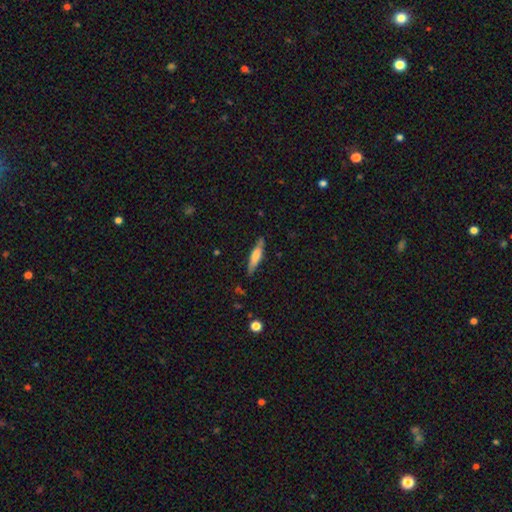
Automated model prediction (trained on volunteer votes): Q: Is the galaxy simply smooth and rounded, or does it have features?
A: smooth — 55%.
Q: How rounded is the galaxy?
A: cigar-shaped — 81%.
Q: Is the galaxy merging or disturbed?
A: none — 81%.